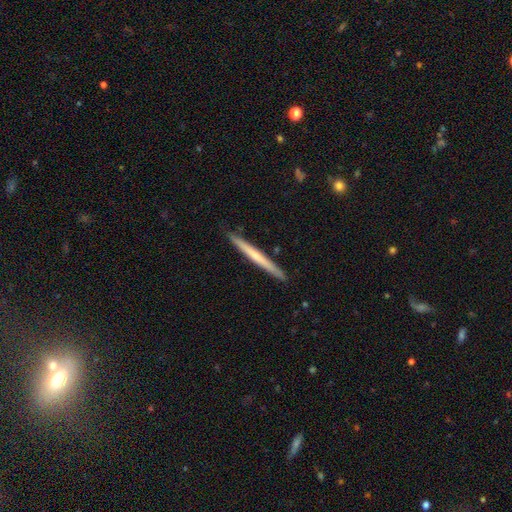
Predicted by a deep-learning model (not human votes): Morphology: type=smooth (49%); merging=none (91%).